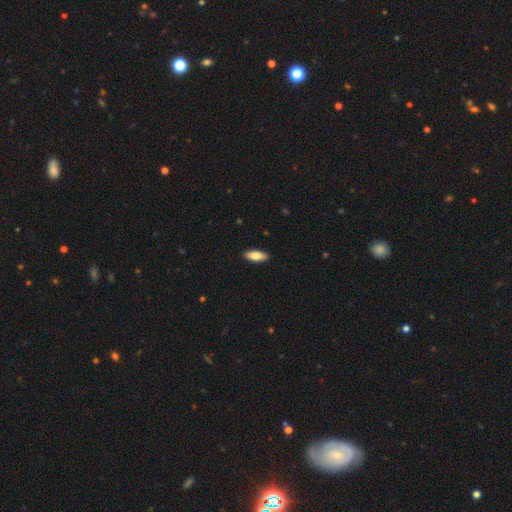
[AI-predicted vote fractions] Smooth or featured? smooth (79%)
How rounded? in between (72%)
Merging? none (90%)